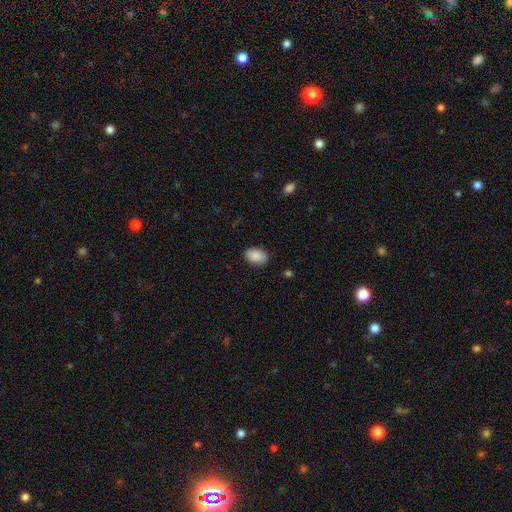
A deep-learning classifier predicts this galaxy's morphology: Q: Smooth or featured?
A: smooth (90%); runner-up: star or artifact (7%)
Q: How rounded?
A: in between (88%); runner-up: round (11%)
Q: Merging?
A: none (87%); runner-up: minor disturbance (10%)